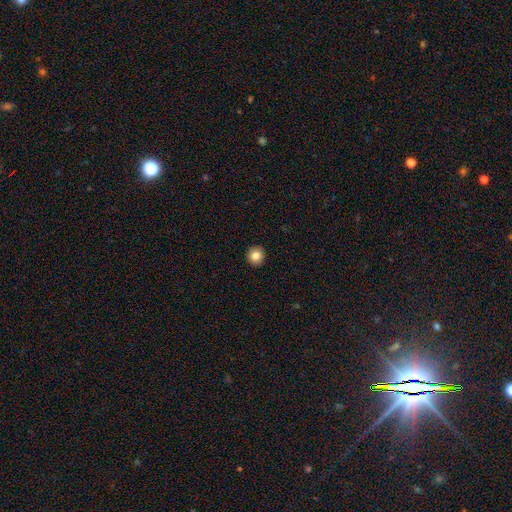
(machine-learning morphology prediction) Smooth or featured? smooth (83%)
How rounded? round (93%)
Merging? none (93%)